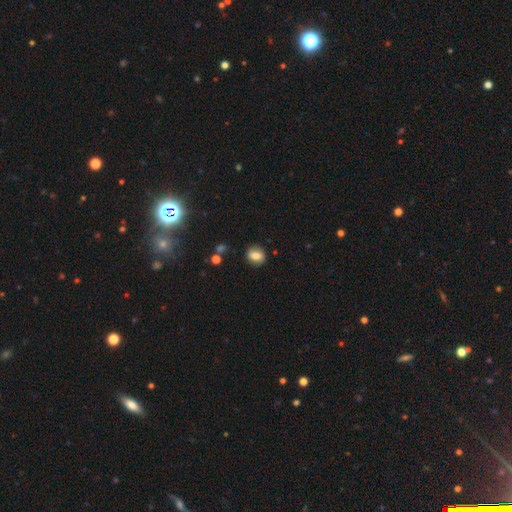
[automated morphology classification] The model was most divided on "how rounded": round: 64%, in between: 35%, cigar-shaped: 1%. More confident: merging — none (85%); smooth or featured — smooth (74%).